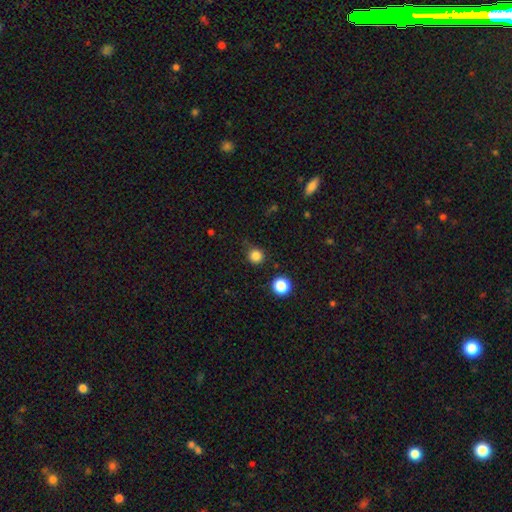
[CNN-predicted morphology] Q: Smooth or featured?
A: smooth (83%); runner-up: star or artifact (14%)
Q: How rounded?
A: round (94%); runner-up: in between (5%)
Q: Merging?
A: none (84%); runner-up: minor disturbance (11%)